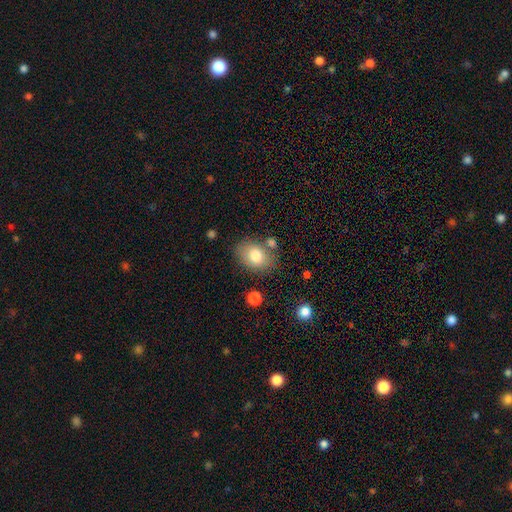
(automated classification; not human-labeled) Smooth or featured? Predicted: smooth (p=0.79). How rounded? Predicted: in between (p=0.77). Merging? Predicted: none (p=0.72).